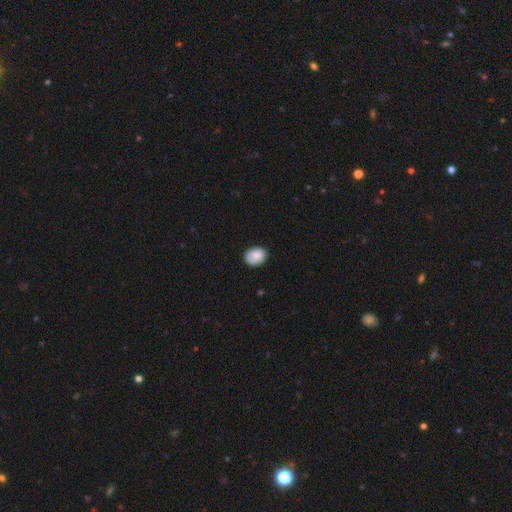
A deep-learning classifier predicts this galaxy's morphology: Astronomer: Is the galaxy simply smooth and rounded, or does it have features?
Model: smooth — 86%.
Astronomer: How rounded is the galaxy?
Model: in between — 55% (runner-up: round, 44%).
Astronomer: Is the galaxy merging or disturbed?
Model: none — 79%.